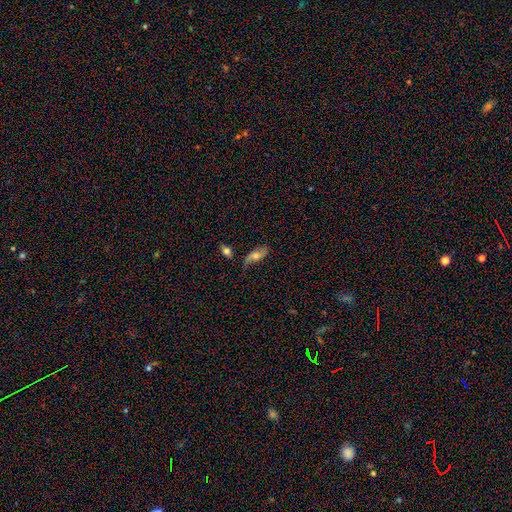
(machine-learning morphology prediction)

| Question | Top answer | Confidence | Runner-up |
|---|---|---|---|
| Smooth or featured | featured or disk | 54% | smooth (38%) |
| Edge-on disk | no | 85% | yes (15%) |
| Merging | none | 59% | minor disturbance (26%) |